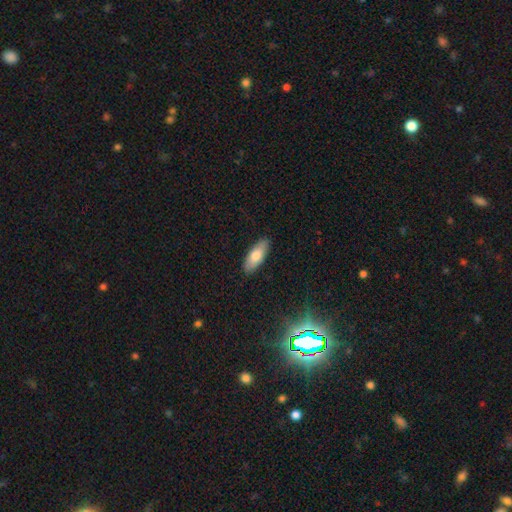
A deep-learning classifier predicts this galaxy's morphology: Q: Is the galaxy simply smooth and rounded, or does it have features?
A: smooth — 76%.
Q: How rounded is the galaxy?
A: in between — 73%.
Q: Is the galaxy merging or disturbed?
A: none — 89%.